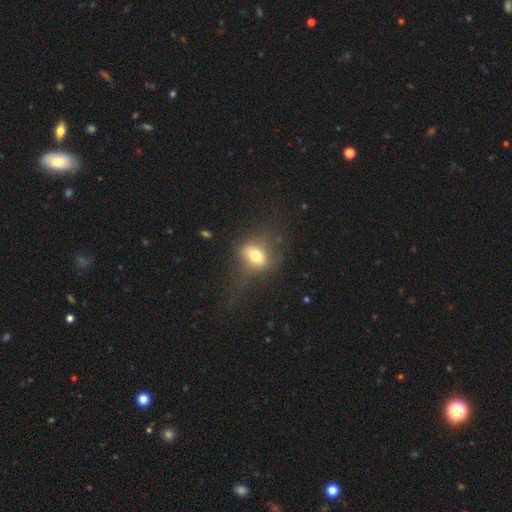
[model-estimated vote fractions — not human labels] smooth_or_featured: smooth (p=0.72) [alt: featured or disk p=0.17]
how_rounded: in between (p=0.62) [alt: round p=0.35]
merging: none (p=0.49) [alt: major disturbance p=0.25]